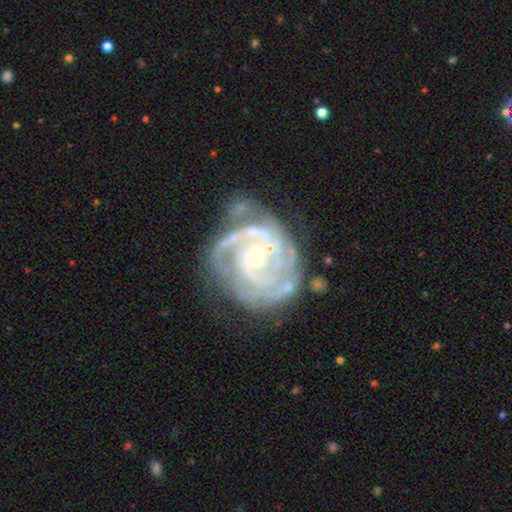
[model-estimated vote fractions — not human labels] Overall: featured or disk (89%). Edge-on disk: no (98%). Bar: no (70%). Spiral arms: yes (96%). Spiral arm count: 2 (31%; 3 26%). Spiral winding: tight (68%). Bulge size: small (70%). Merging: none (58%; minor disturbance 23%).